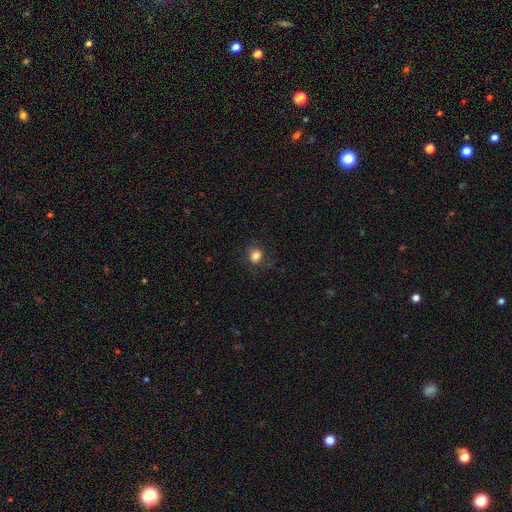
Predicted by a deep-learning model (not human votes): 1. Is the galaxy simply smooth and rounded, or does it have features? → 81% smooth, 10% star or artifact, 9% featured or disk.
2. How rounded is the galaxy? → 66% round, 33% in between, 1% cigar-shaped.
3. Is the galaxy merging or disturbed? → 74% none, 16% minor disturbance, 9% major disturbance, 1% merger.